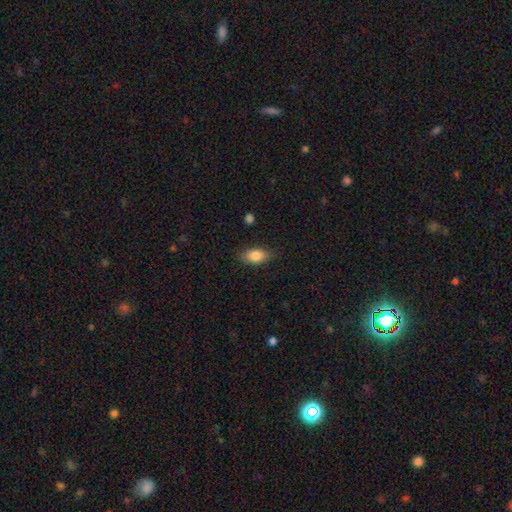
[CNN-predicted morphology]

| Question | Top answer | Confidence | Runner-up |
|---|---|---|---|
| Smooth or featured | smooth | 82% | featured or disk (10%) |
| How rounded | in between | 87% | cigar-shaped (7%) |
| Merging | none | 84% | minor disturbance (12%) |